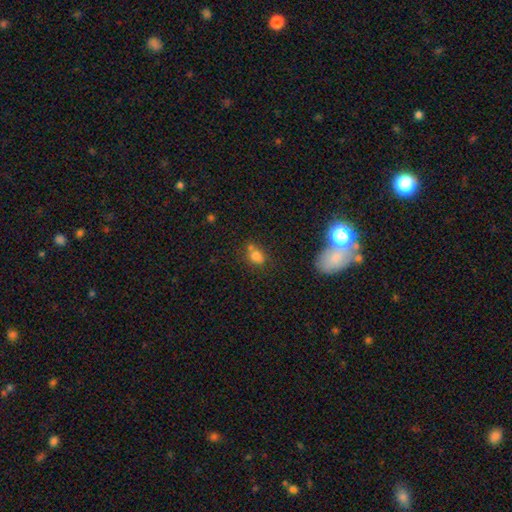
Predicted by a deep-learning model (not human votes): Q: Smooth or featured?
A: smooth (73%); runner-up: star or artifact (15%)
Q: How rounded?
A: in between (49%); tied with: round (49%)
Q: Merging?
A: none (52%); runner-up: merger (26%)